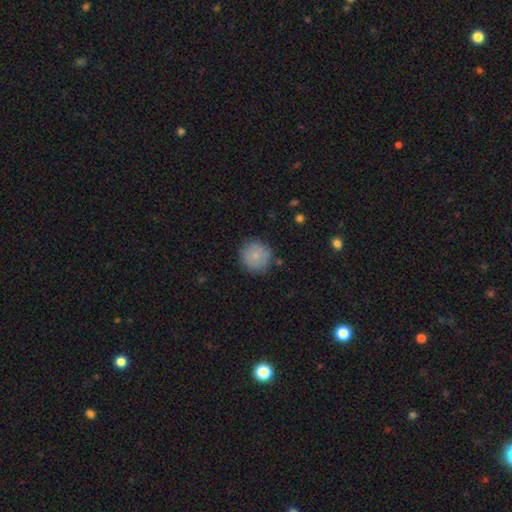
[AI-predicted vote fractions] Smooth or featured: smooth — 79% (featured or disk — 13%)
How rounded: round — 93% (in between — 6%)
Merging: none — 81% (minor disturbance — 13%)